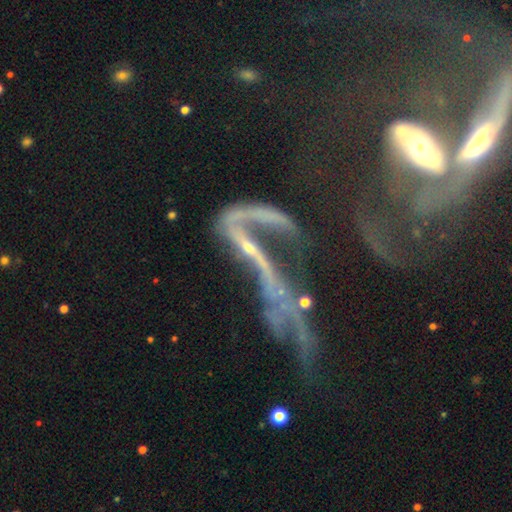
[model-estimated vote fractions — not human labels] smooth_or_featured: featured or disk (p=0.68) [alt: star or artifact p=0.18]
disk_edge_on: no (p=0.80) [alt: yes p=0.20]
bar: no (p=0.56) [alt: strong p=0.22]
has_spiral_arms: yes (p=0.54) [alt: no p=0.46]
bulge_size: small (p=0.41) [alt: none p=0.35]
merging: merger (p=0.50) [alt: major disturbance p=0.29]